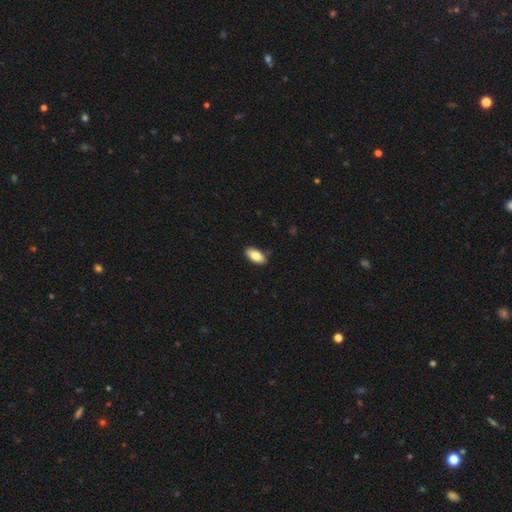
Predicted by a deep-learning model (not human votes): Morphology: type=smooth (84%); roundness=in between (92%); merging=none (85%).